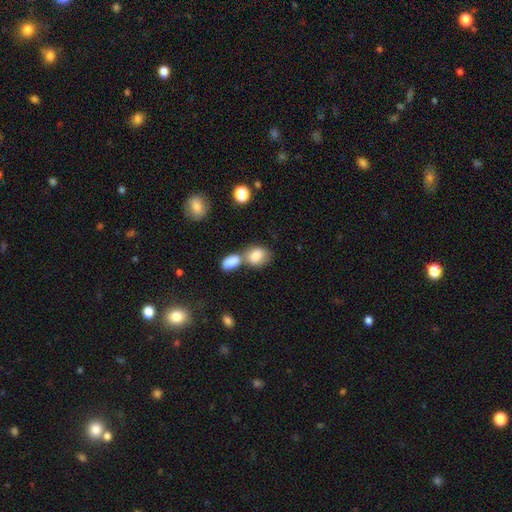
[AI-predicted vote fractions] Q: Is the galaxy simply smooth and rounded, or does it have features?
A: smooth — 83%.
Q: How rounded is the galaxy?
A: in between — 66%.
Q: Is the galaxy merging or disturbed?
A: merger — 49%.